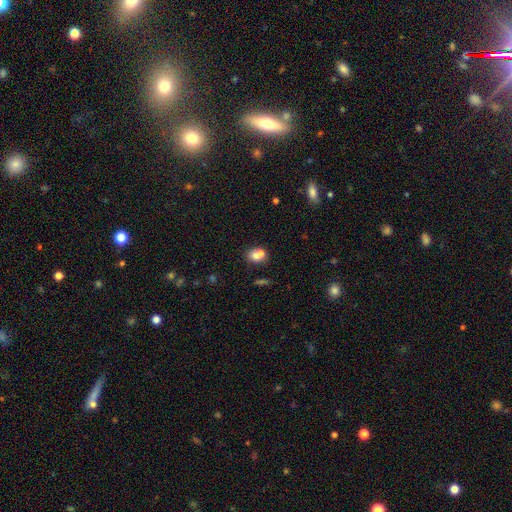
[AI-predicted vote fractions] This is likely a smooth galaxy (70%). How rounded: possibly round (58%). Merging: possibly merger (53%).